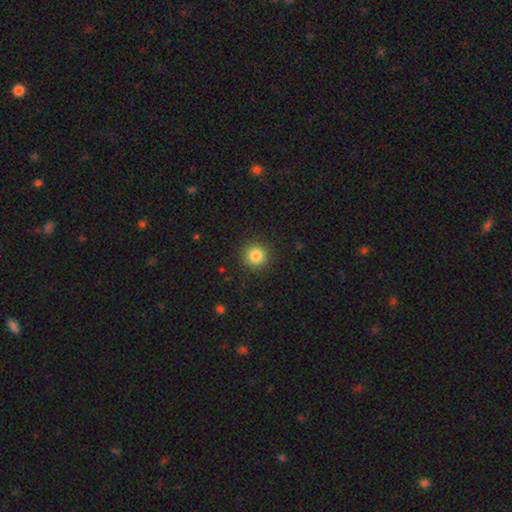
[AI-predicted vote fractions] This appears to be a smooth galaxy with no disk features (84%) that is round (95%). Merging: none (91%).